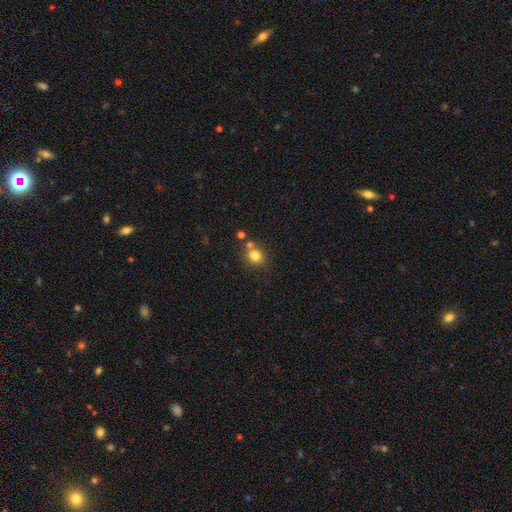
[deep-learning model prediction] smooth 80%, star or artifact 12%, featured or disk 8%. Down the decision tree: how rounded — round (82%); merging — none (67%).